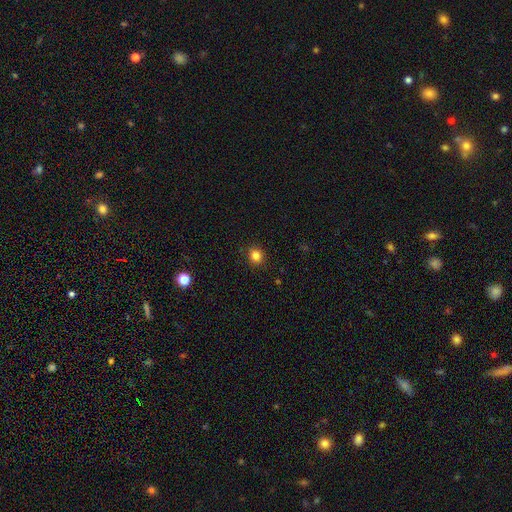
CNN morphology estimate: The model was most divided on "how rounded": round: 81%, in between: 18%, cigar-shaped: 1%. More confident: merging — none (89%); smooth or featured — smooth (83%).